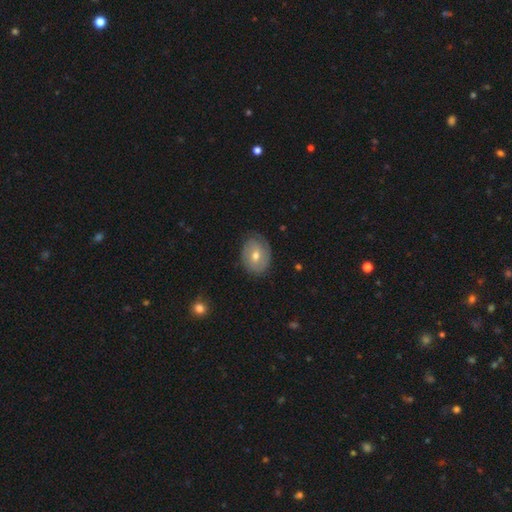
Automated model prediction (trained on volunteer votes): The model was most divided on "smooth or featured": featured or disk: 55%, smooth: 36%, star or artifact: 8%. More confident: edge-on disk — no (95%); merging — none (78%); spiral arms — yes (70%); bulge size — moderate (65%); bar — no (60%).